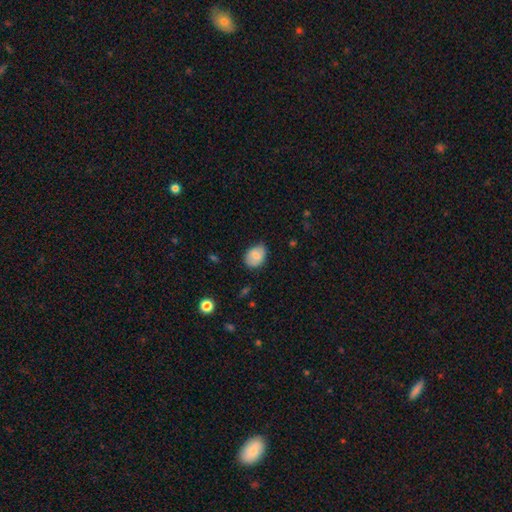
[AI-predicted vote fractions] Smooth or featured? Predicted: smooth (p=0.78). How rounded? Predicted: in between (p=0.68). Merging? Predicted: none (p=0.65).